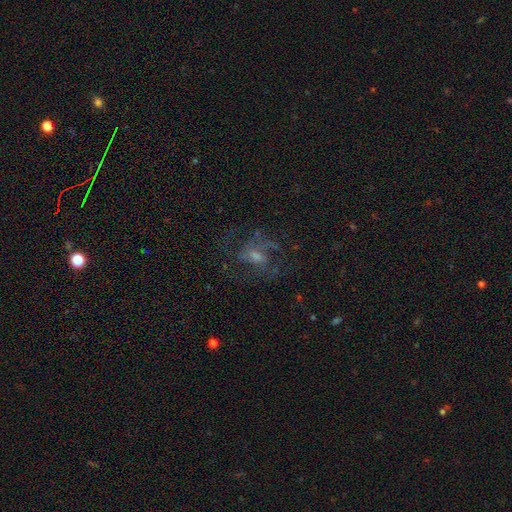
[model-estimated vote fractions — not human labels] featured or disk 66%, smooth 17%, star or artifact 17%. Down the decision tree: edge-on disk — no (96%); bar — no (46%); spiral arms — yes (80%); spiral arm count — can't tell (33%); spiral winding — medium (50%); bulge size — moderate (39%, tied with small); merging — none (59%).